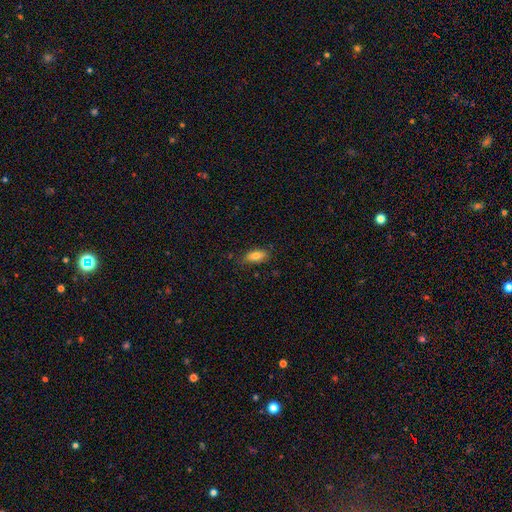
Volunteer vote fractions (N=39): Morphology: type=smooth (72%); roundness=in between (86%); merging=none (91%).